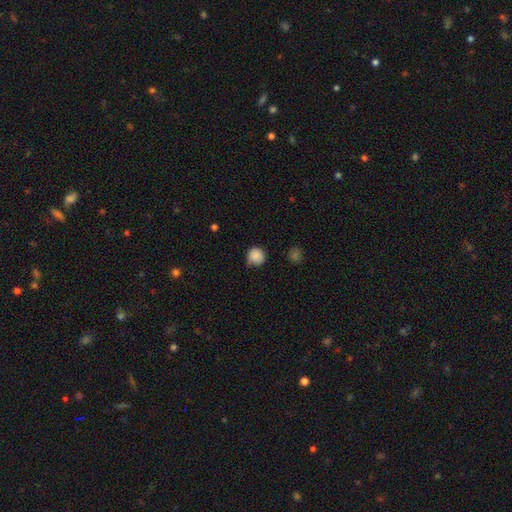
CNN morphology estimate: Smooth or featured? smooth (87%)
How rounded? round (91%)
Merging? none (72%)